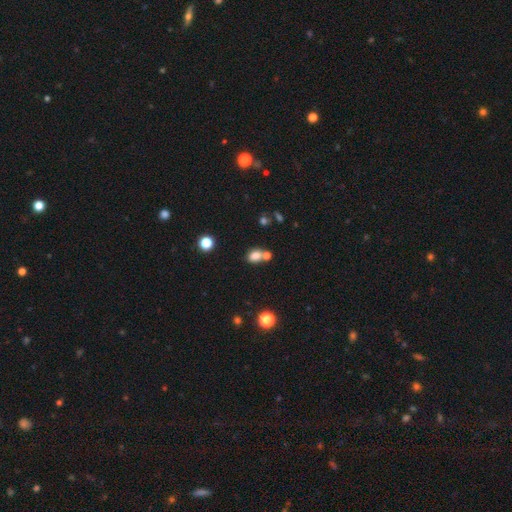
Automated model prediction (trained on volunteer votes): The model was most divided on "merging": none: 48%, merger: 37%, minor disturbance: 11%, major disturbance: 4%. More confident: smooth or featured — smooth (80%); how rounded — in between (62%).